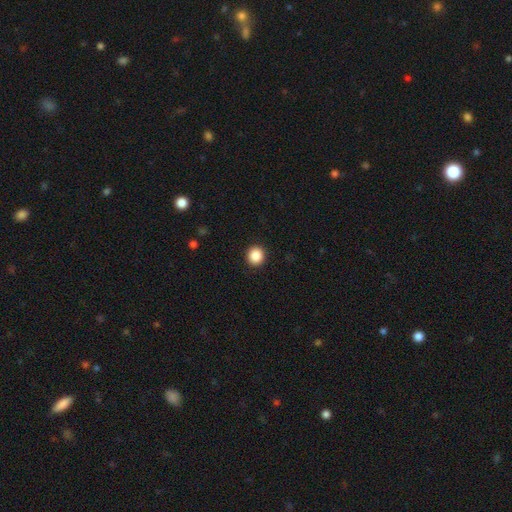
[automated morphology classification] smooth_or_featured: smooth (p=0.88) [alt: star or artifact p=0.09]
how_rounded: round (p=0.90) [alt: in between p=0.09]
merging: none (p=0.92) [alt: minor disturbance p=0.05]